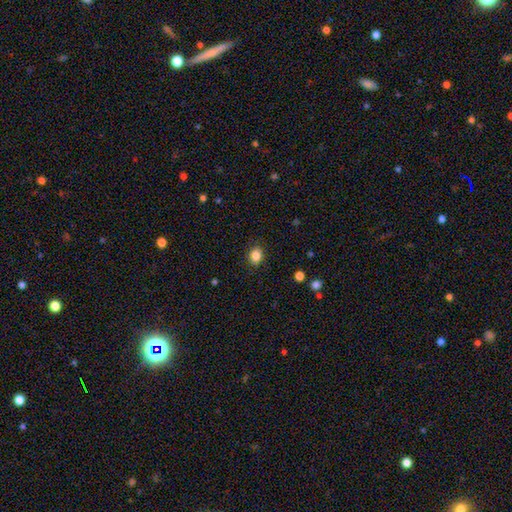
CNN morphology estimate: Smooth or featured? Predicted: smooth (p=0.86). How rounded? Predicted: in between (p=0.51). Merging? Predicted: none (p=0.88).